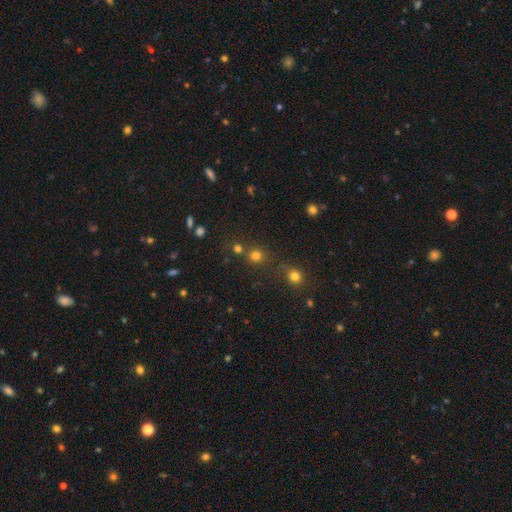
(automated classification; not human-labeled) Morphology: type=smooth (75%); roundness=round (90%); merging=none (71%).